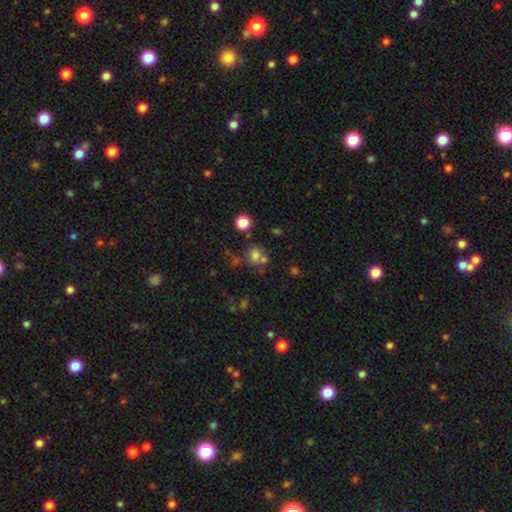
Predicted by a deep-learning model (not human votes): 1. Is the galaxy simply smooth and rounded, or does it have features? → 70% smooth, 19% star or artifact, 11% featured or disk.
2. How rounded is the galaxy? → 65% round, 34% in between, 1% cigar-shaped.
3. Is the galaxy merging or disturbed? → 52% none, 28% merger, 13% minor disturbance, 7% major disturbance.